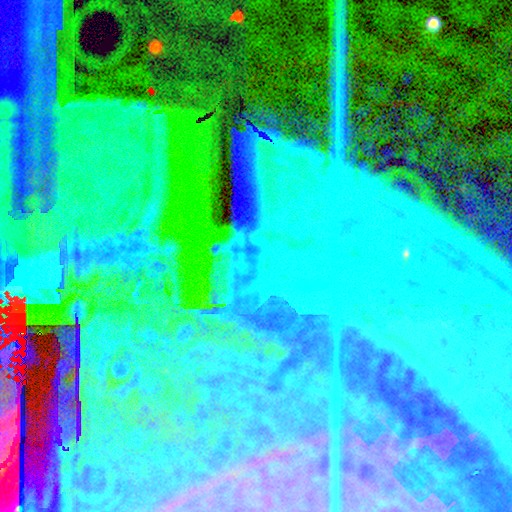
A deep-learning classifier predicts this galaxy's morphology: This appears to be a star or artifact, not a galaxy (86%).